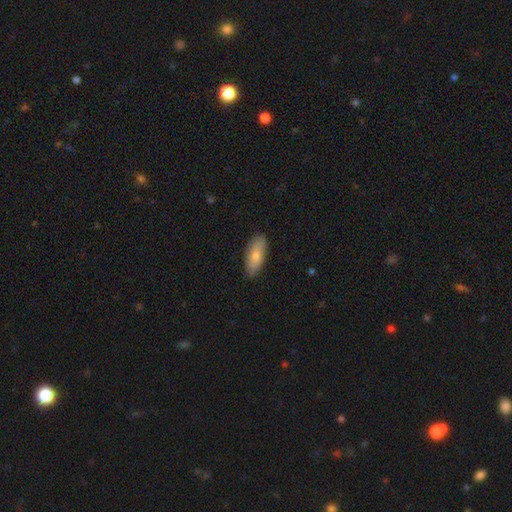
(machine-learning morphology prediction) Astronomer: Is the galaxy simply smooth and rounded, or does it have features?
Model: smooth — 78%.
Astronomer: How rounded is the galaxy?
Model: in between — 77%.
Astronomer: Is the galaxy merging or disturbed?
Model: none — 84%.